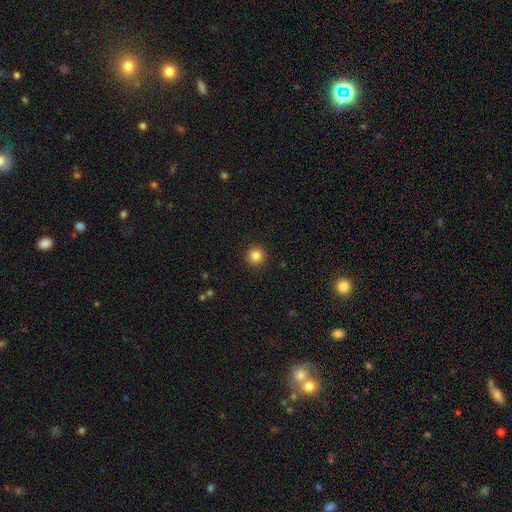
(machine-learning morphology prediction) This appears to be a smooth galaxy with no disk features (85%) that is round (95%). Merging: none (93%).